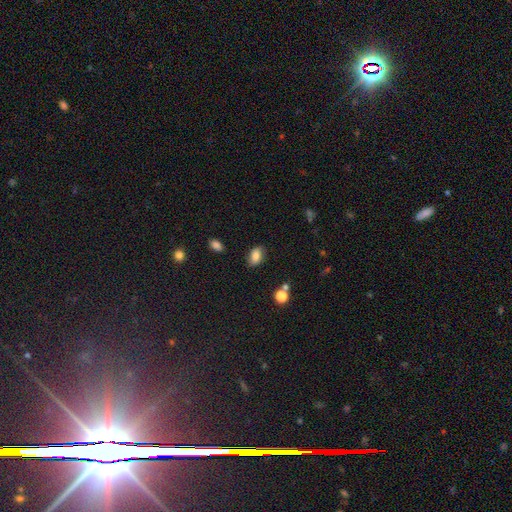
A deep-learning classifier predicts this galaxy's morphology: A smooth galaxy with no disk features (79%) that is in between round and cigar-shaped (87%). Merging: none (79%).